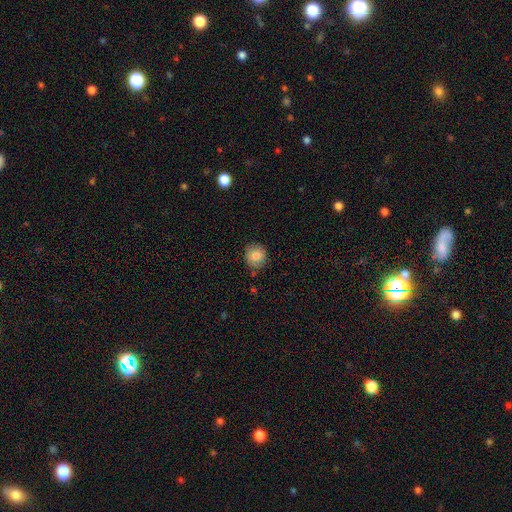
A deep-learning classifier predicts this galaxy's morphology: Smooth or featured? smooth (81%)
How rounded? round (89%)
Merging? none (81%)